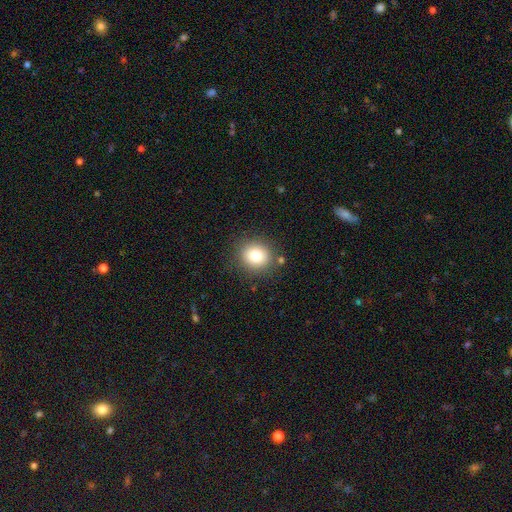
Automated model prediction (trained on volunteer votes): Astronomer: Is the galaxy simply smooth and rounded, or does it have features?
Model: smooth — 83%.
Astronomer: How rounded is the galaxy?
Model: round — 73%.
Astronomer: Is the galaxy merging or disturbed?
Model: none — 84%.